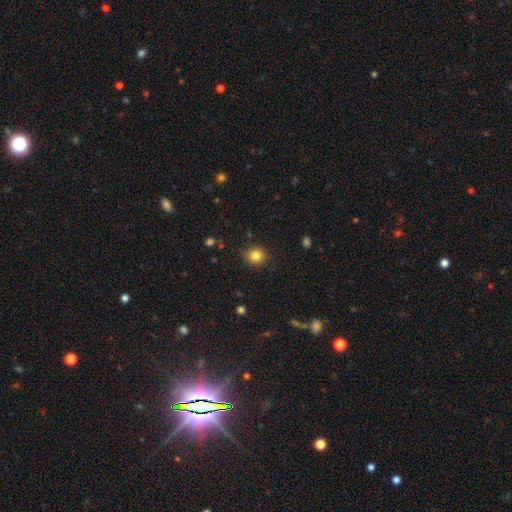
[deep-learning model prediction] Smooth or featured: smooth — 83% (star or artifact — 11%)
How rounded: round — 84% (in between — 15%)
Merging: none — 89% (minor disturbance — 7%)